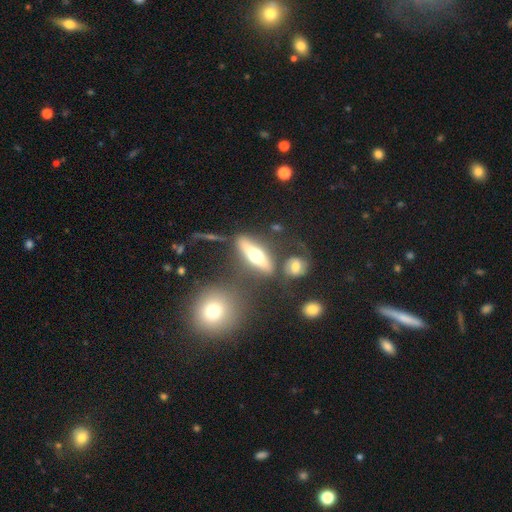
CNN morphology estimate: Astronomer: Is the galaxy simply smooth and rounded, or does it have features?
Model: featured or disk — 50% (runner-up: smooth, 42%).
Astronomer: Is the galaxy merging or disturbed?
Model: none — 68%.